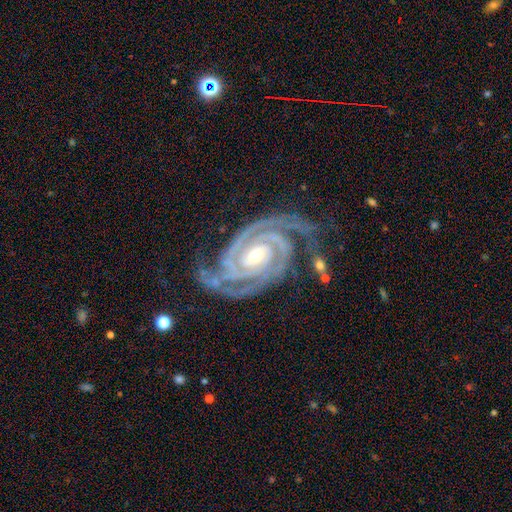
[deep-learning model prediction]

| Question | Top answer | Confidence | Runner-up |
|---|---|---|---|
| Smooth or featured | featured or disk | 94% | star or artifact (4%) |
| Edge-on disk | no | 97% | yes (3%) |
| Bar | no | 45% | weak (29%) |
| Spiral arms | yes | 99% | no (1%) |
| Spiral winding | tight | 80% | medium (18%) |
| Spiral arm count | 2 | 58% | 3 (25%) |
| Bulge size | small | 50% | moderate (47%) |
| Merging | none | 73% | minor disturbance (19%) |